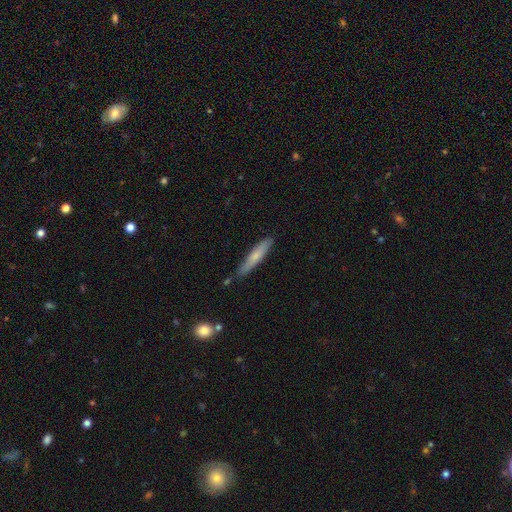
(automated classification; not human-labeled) Morphology: type=smooth (65%); roundness=cigar-shaped (91%); merging=none (80%).